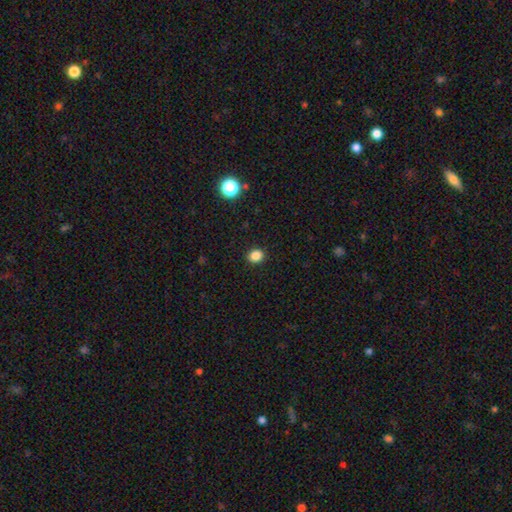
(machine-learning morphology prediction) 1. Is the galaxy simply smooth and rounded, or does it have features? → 85% smooth, 12% star or artifact, 3% featured or disk.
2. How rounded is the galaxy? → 70% round, 29% in between, 1% cigar-shaped.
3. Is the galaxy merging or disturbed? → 91% none, 6% minor disturbance, 2% major disturbance, 1% merger.